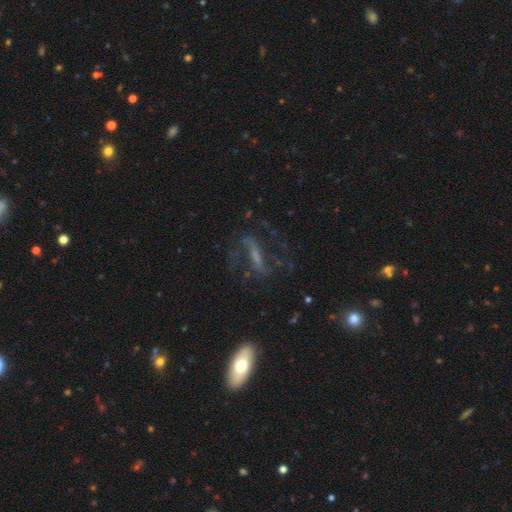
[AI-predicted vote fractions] Smooth or featured?
  - featured or disk: 68% *
  - smooth: 18%
  - star or artifact: 14%
Edge-on disk?
  - no: 80% *
  - yes: 20%
Bar?
  - strong: 56% *
  - weak: 27%
  - no: 17%
Spiral arms?
  - yes: 80% *
  - no: 20%
Bulge size?
  - none: 35% *
  - small: 34%
  - moderate: 22%
  - large: 6%
  - dominant: 2%
Merging?
  - none: 59% *
  - major disturbance: 23%
  - minor disturbance: 16%
  - merger: 3%